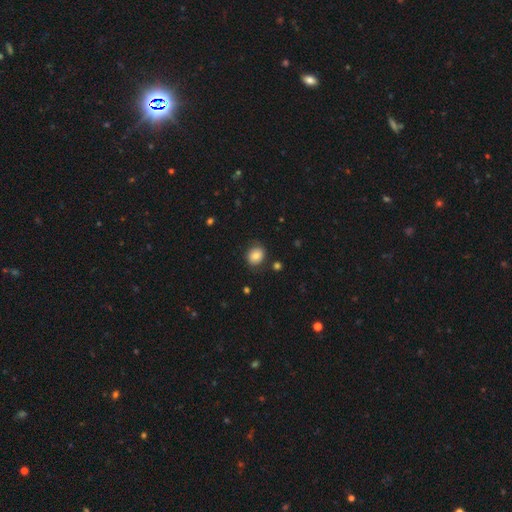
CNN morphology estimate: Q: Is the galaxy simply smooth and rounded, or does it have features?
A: smooth — 79%.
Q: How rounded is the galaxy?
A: round — 63%.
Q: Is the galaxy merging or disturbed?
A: none — 80%.